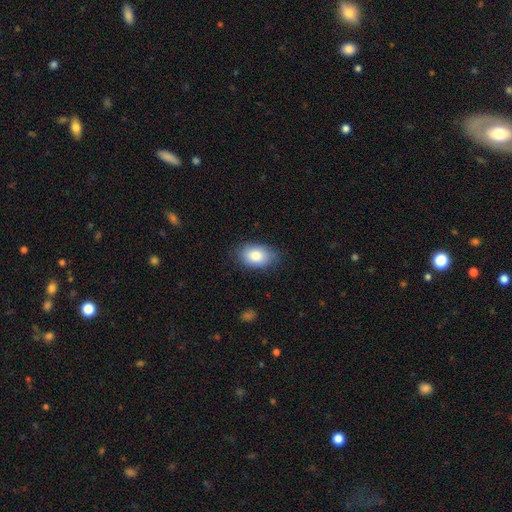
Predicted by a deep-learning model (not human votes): The model was most divided on "merging": none: 79%, minor disturbance: 17%, major disturbance: 3%, merger: 1%. More confident: how rounded — in between (88%); smooth or featured — smooth (83%).